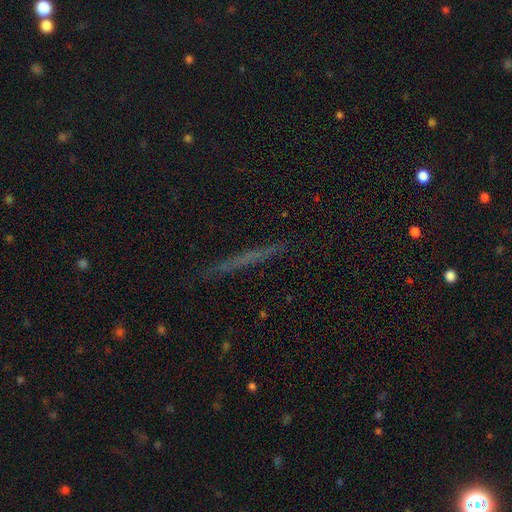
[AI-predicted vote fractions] Morphology: type=featured or disk (44%); merging=none (88%).